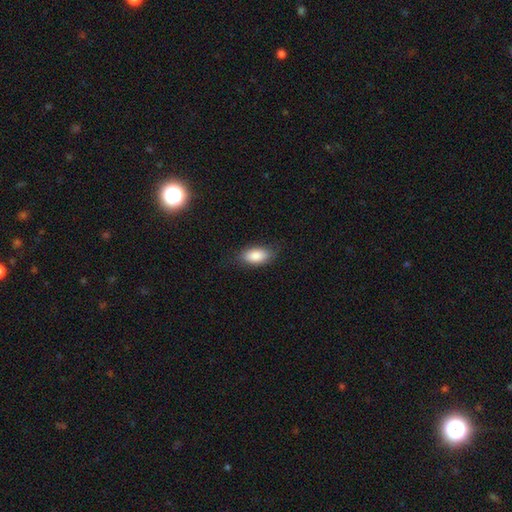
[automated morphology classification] Smooth or featured?
  - smooth: 86% *
  - featured or disk: 7%
  - star or artifact: 7%
How rounded?
  - in between: 91% *
  - cigar-shaped: 5%
  - round: 4%
Merging?
  - none: 80% *
  - minor disturbance: 15%
  - major disturbance: 4%
  - merger: 1%